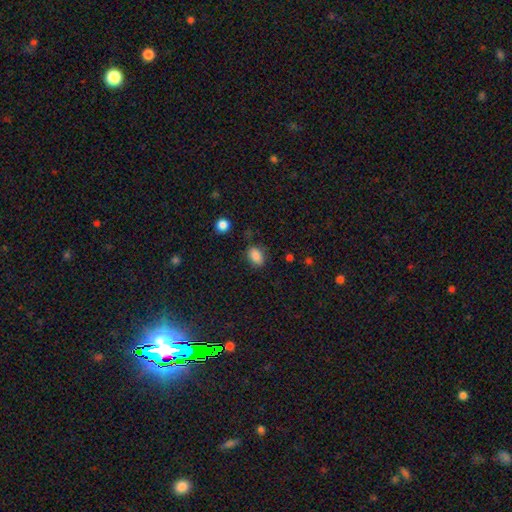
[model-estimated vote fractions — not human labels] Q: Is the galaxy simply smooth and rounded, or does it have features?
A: smooth — 86%.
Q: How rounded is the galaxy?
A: in between — 83%.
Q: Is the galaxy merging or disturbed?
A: none — 78%.